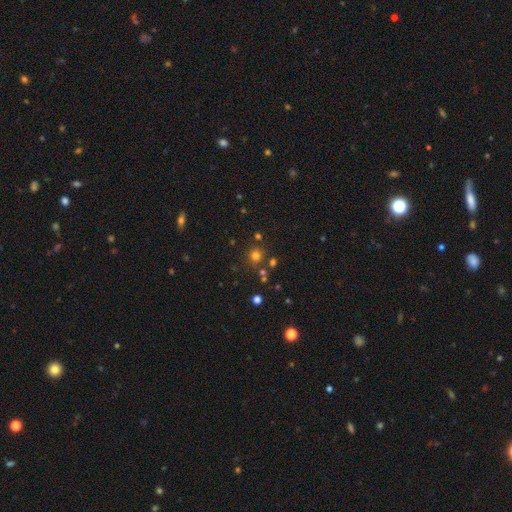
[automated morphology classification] Smooth or featured?
  - smooth: 69% *
  - star or artifact: 24%
  - featured or disk: 7%
How rounded?
  - round: 91% *
  - in between: 8%
  - cigar-shaped: 1%
Merging?
  - none: 80% *
  - merger: 9%
  - minor disturbance: 8%
  - major disturbance: 3%